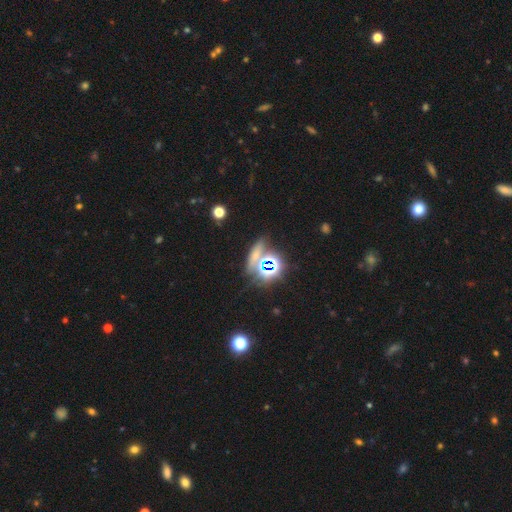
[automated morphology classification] smooth_or_featured: star or artifact (p=0.54) [alt: smooth p=0.33]